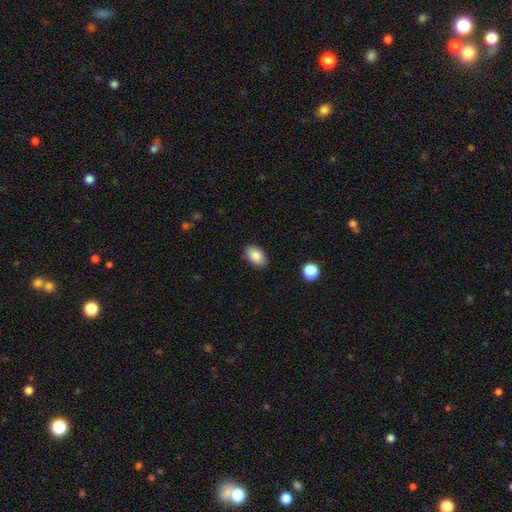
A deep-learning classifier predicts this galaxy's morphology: smooth_or_featured: smooth (p=0.88) [alt: star or artifact p=0.08]
how_rounded: in between (p=0.90) [alt: round p=0.09]
merging: none (p=0.87) [alt: minor disturbance p=0.09]